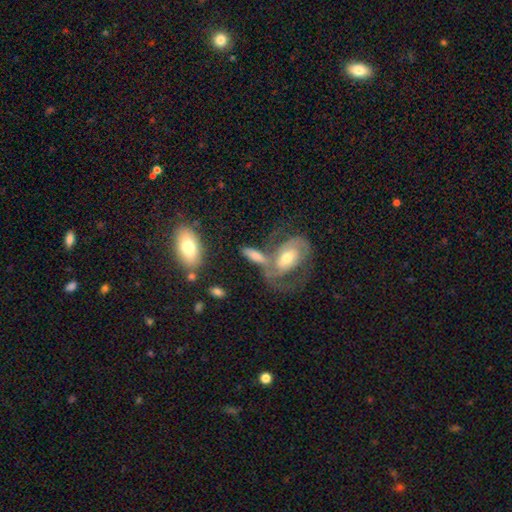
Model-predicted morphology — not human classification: Smooth or featured: smooth — 47% (featured or disk — 45%)
Merging: merger — 45% (none — 31%)